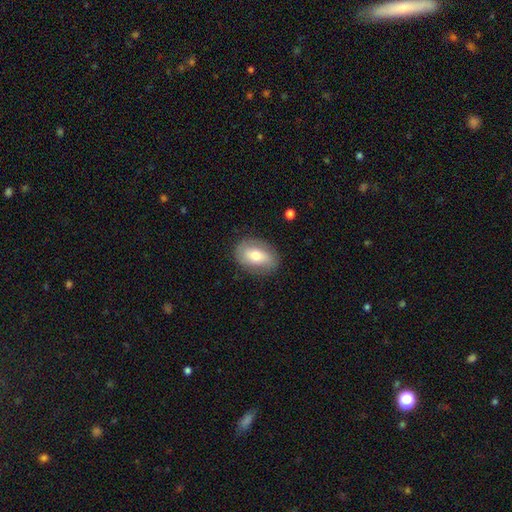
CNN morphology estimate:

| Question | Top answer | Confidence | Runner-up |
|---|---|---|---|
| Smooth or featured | smooth | 65% | featured or disk (28%) |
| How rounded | in between | 82% | round (16%) |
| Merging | none | 82% | minor disturbance (13%) |